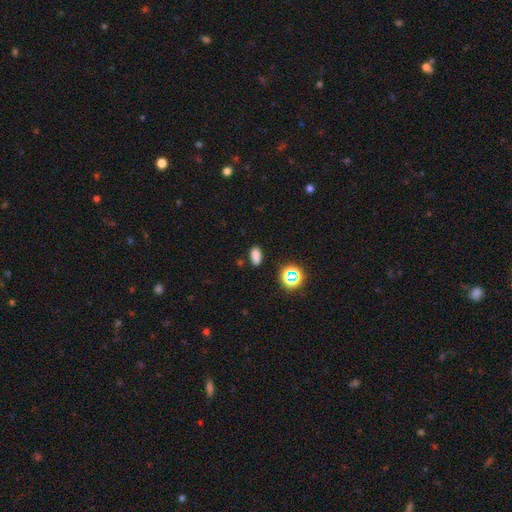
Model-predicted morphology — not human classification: smooth-or-featured: smooth: 77% | star or artifact: 18% | featured or disk: 5%
  how-rounded: in between: 85% | round: 9% | cigar-shaped: 6%
  merging: none: 85% | minor disturbance: 10% | major disturbance: 3% | merger: 2%